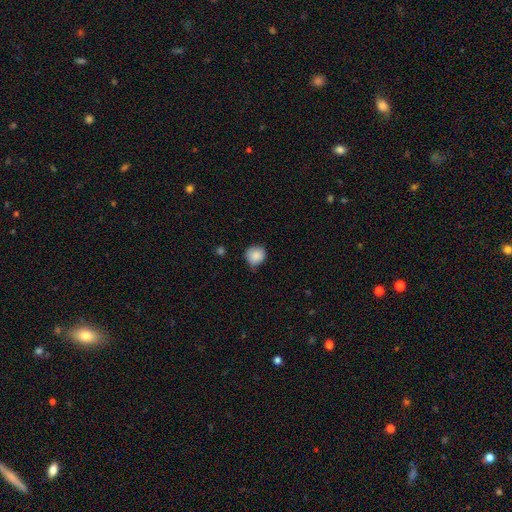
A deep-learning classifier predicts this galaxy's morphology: Smooth or featured?
  - smooth: 87% *
  - star or artifact: 8%
  - featured or disk: 5%
How rounded?
  - round: 87% *
  - in between: 12%
  - cigar-shaped: 1%
Merging?
  - none: 62% *
  - minor disturbance: 31%
  - major disturbance: 5%
  - merger: 2%